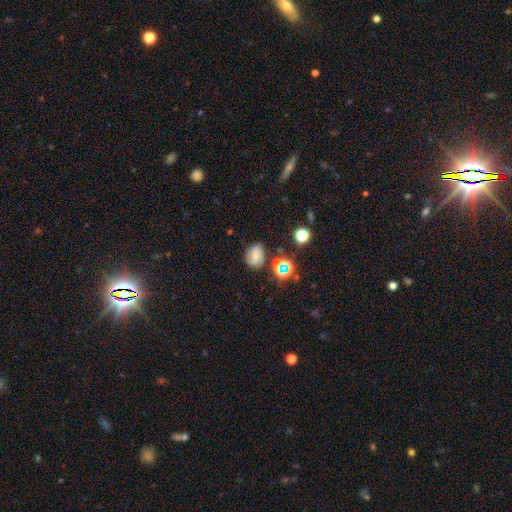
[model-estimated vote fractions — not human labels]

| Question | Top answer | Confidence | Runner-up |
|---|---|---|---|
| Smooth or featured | smooth | 43% | featured or disk (38%) |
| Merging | none | 71% | minor disturbance (18%) |